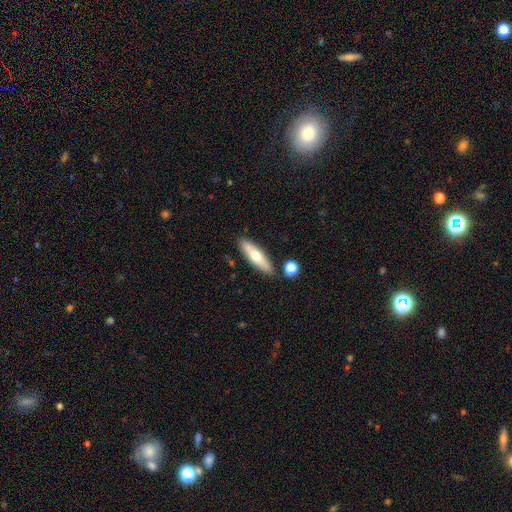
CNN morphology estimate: The model was most divided on "how rounded": cigar-shaped: 61%, in between: 37%, round: 2%. More confident: merging — none (81%); smooth or featured — smooth (61%).